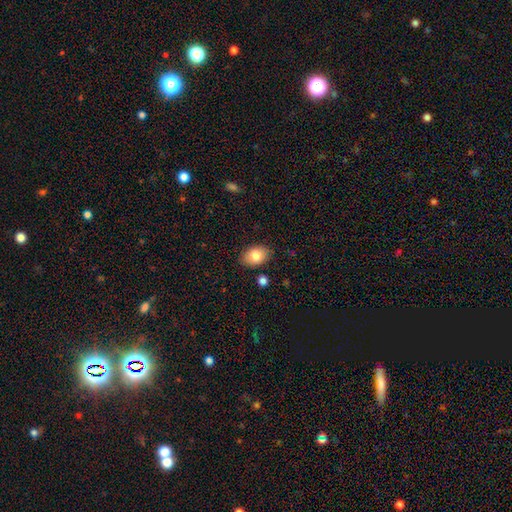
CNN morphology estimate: A smooth galaxy with no disk features (83%) that is in between round and cigar-shaped (83%).

Vote fractions:
- Smooth or featured? smooth: 83% / featured or disk: 9% / star or artifact: 8%
- How rounded? in between: 83% / round: 15% / cigar-shaped: 1%
- Merging? none: 85% / minor disturbance: 11% / major disturbance: 2% / merger: 2%